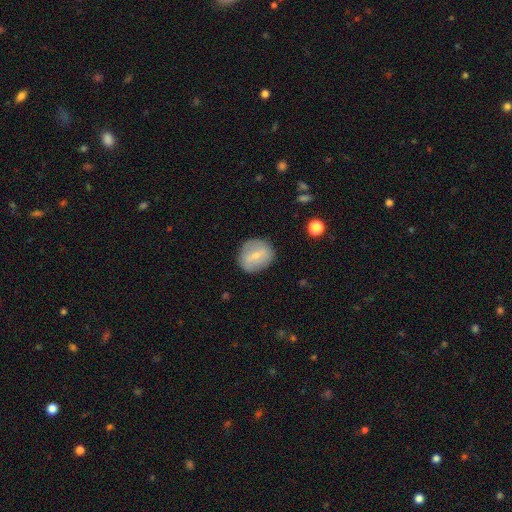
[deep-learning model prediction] Smooth or featured: smooth — 53% (featured or disk — 39%)
How rounded: round — 70% (in between — 29%)
Merging: none — 82% (minor disturbance — 13%)